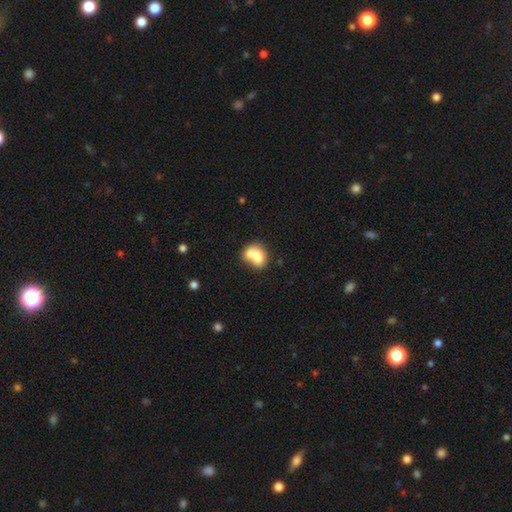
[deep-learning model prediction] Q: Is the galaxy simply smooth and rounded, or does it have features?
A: smooth — 74%.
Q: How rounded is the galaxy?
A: in between — 58%.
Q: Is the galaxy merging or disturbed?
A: merger — 58%.